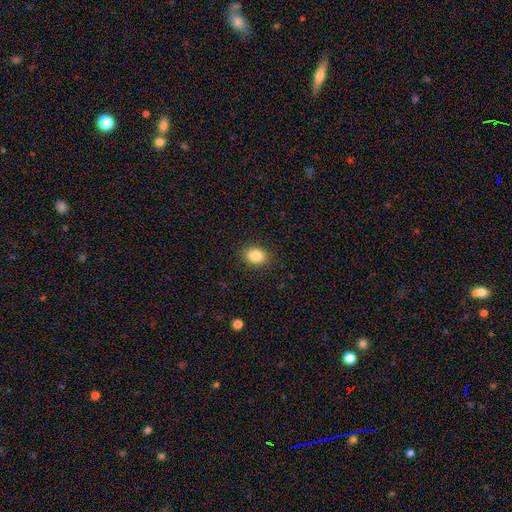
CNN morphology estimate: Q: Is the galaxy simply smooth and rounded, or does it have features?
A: smooth — 86%.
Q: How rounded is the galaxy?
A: in between — 57%.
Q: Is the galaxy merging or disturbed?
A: none — 89%.